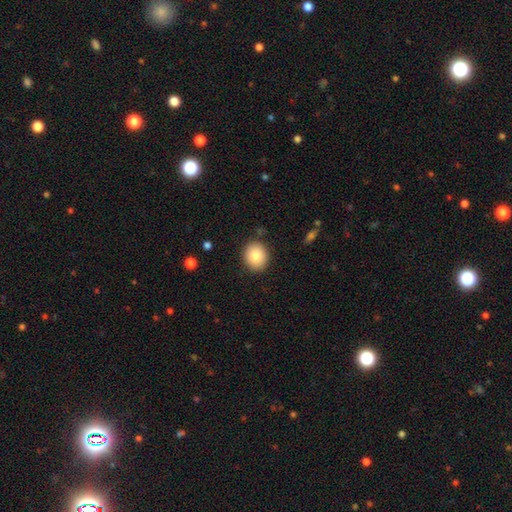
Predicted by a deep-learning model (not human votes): This appears to be a smooth galaxy with no disk features (85%) that is round (63%). Merging: none (88%).